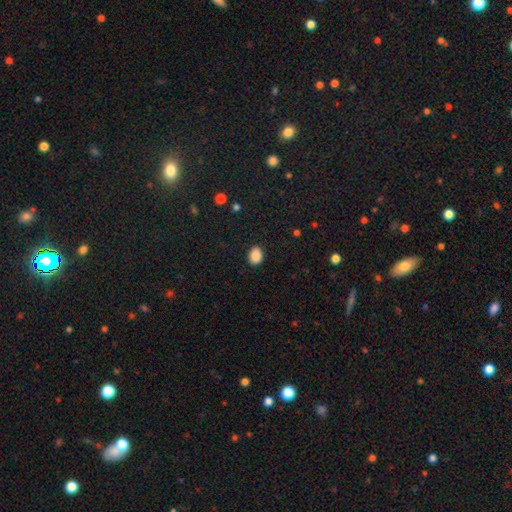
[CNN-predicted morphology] type=smooth (89%); roundness=in between (69%); merging=none (89%).